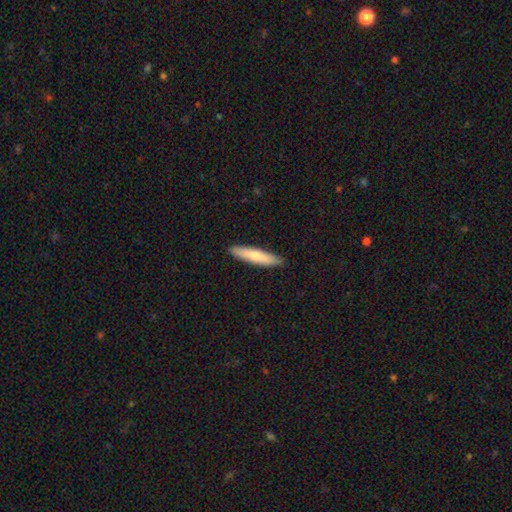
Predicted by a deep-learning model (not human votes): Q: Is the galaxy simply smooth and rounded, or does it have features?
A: smooth — 67%.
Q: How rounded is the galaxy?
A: cigar-shaped — 88%.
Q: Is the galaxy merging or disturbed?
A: none — 90%.